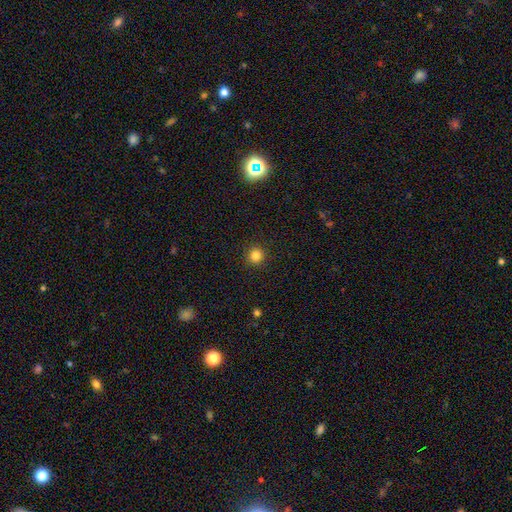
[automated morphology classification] Smooth or featured? Predicted: smooth (p=0.83). How rounded? Predicted: round (p=0.93). Merging? Predicted: none (p=0.92).